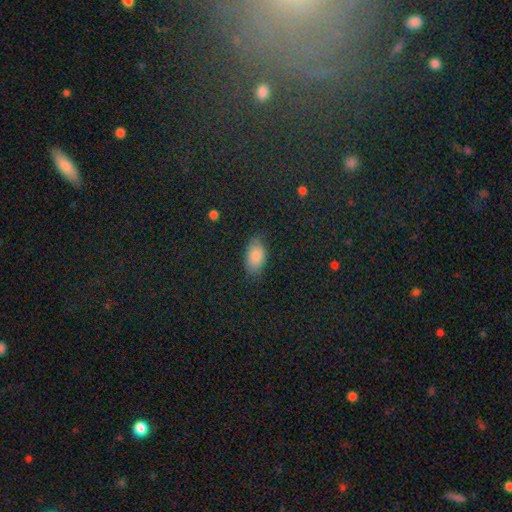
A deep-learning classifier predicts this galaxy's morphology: smooth-or-featured: smooth: 75% | star or artifact: 16% | featured or disk: 9%
  how-rounded: in between: 91% | round: 5% | cigar-shaped: 4%
  merging: none: 83% | minor disturbance: 13% | major disturbance: 3% | merger: 1%